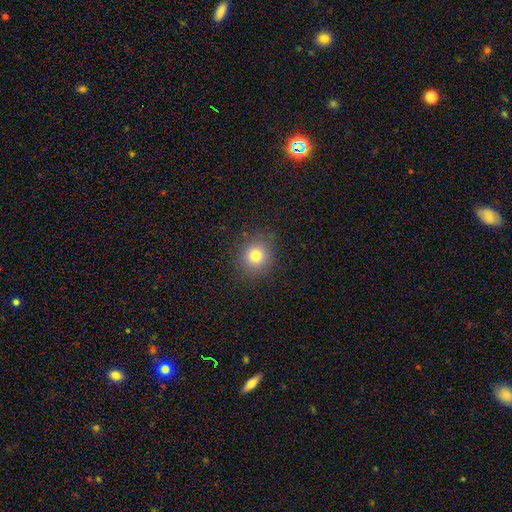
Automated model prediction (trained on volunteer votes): This appears to be a smooth galaxy with no disk features (78%) that is round (85%). Merging: none (87%).